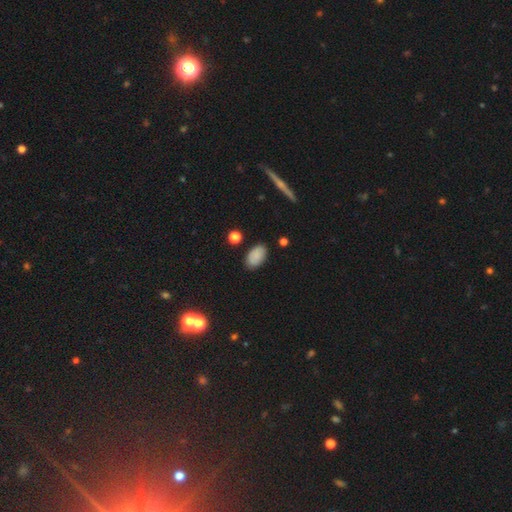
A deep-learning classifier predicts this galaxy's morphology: smooth 84%, star or artifact 8%, featured or disk 7%. Down the decision tree: how rounded — in between (92%); merging — none (84%).